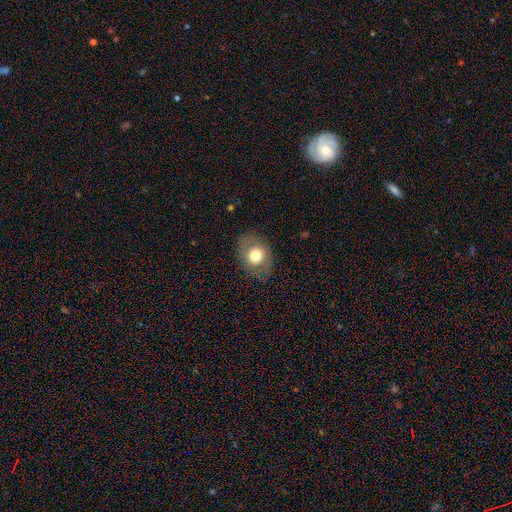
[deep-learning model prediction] smooth 68%, featured or disk 24%, star or artifact 8%. Down the decision tree: how rounded — in between (61%); merging — none (80%).